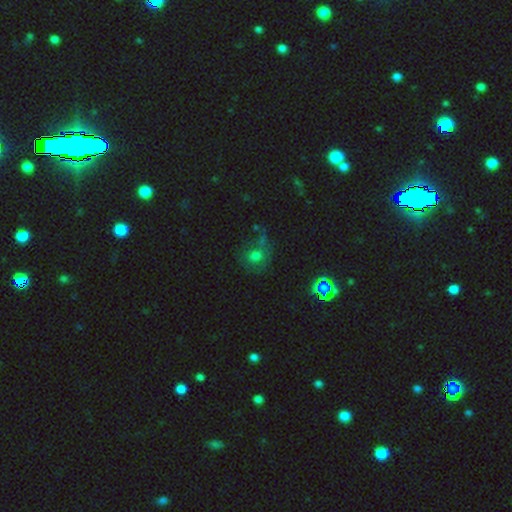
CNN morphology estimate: Smooth or featured? smooth (45%)
Merging? none (45%)